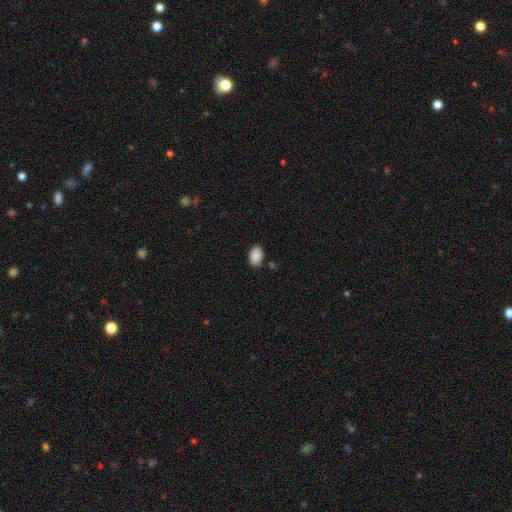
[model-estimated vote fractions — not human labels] A smooth galaxy with no disk features (90%) that is in between round and cigar-shaped (90%). Merging: none (85%).